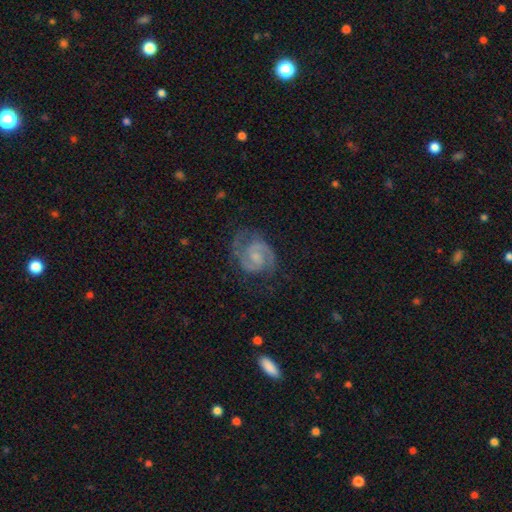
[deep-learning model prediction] This is clearly a featured or disk galaxy (84%). It is clearly not viewed edge-on (98%). Bar: possibly no (48%). Spiral arm pattern: clearly yes (96%). Spiral arm count: clearly 2 (87%). Spiral winding: possibly medium (50%). Central bulge: possibly small (45%). Merging: likely none (68%).